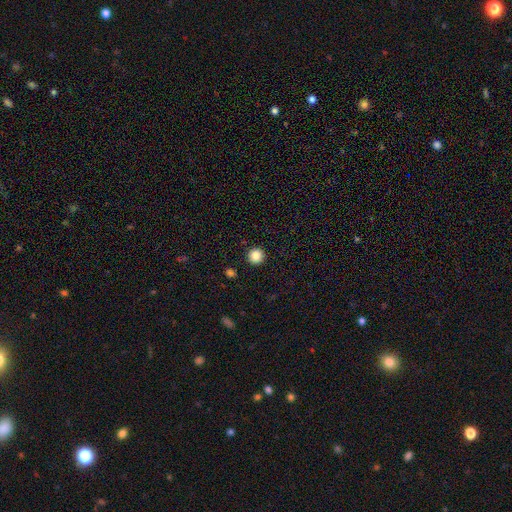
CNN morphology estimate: A smooth galaxy with no disk features (86%) that is round (95%).

Vote fractions:
- Smooth or featured? smooth: 86% / star or artifact: 10% / featured or disk: 4%
- How rounded? round: 95% / in between: 4% / cigar-shaped: 1%
- Merging? none: 93% / minor disturbance: 4% / major disturbance: 2% / merger: 1%